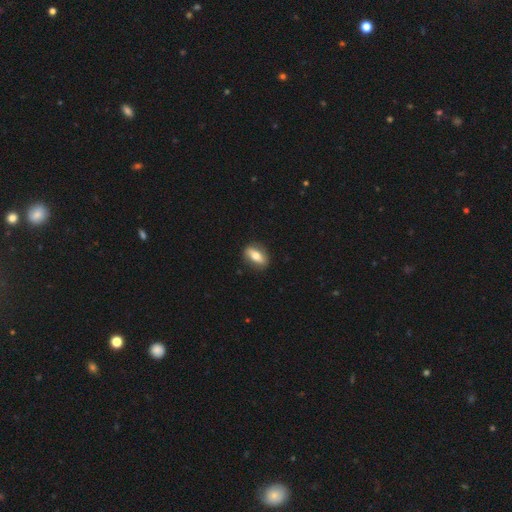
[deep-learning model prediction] Smooth or featured? smooth (59%)
How rounded? in between (77%)
Merging? none (85%)